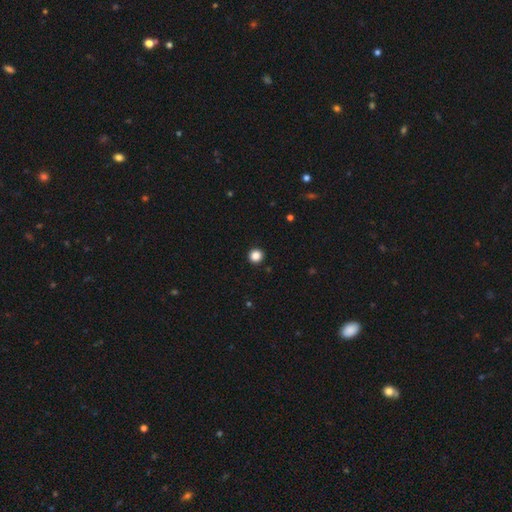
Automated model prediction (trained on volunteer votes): Morphology: type=smooth (86%); roundness=round (95%); merging=none (94%).